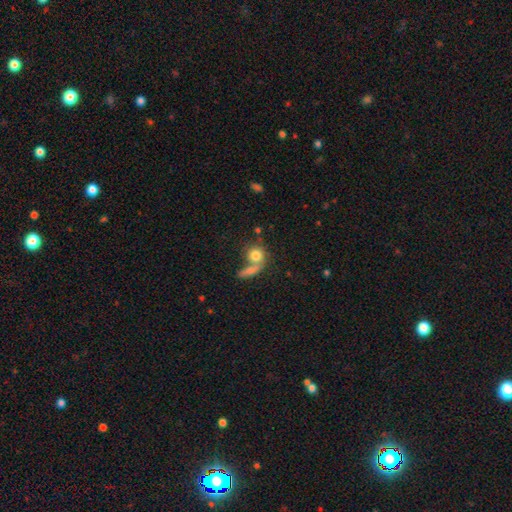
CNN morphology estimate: A smooth galaxy with no disk features (78%) that is round (75%).

Vote fractions:
- Smooth or featured? smooth: 78% / featured or disk: 14% / star or artifact: 8%
- How rounded? round: 75% / in between: 21% / cigar-shaped: 4%
- Merging? merger: 42% / none: 39% / minor disturbance: 10% / major disturbance: 9%